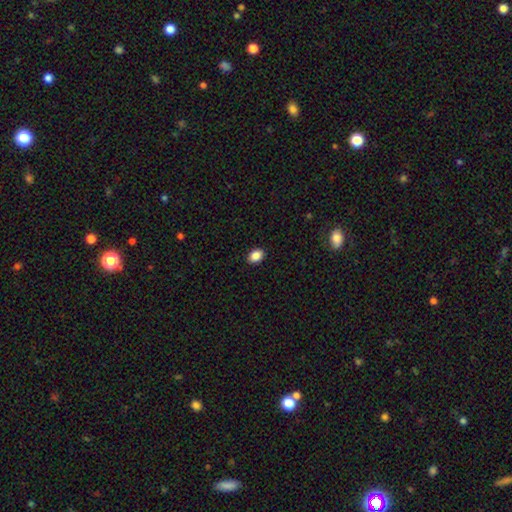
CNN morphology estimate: This appears to be a smooth galaxy with no disk features (88%) that is in between round and cigar-shaped (74%). Merging: none (91%).